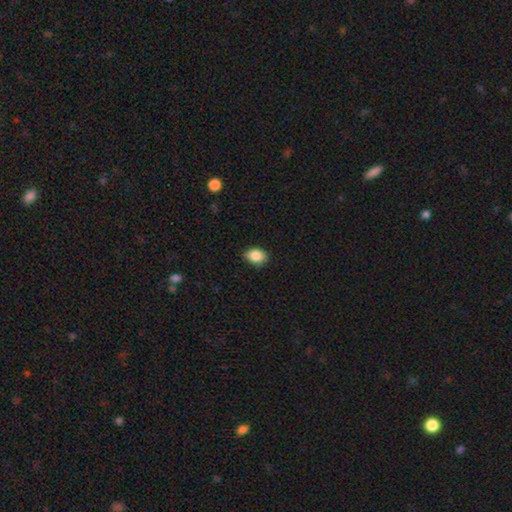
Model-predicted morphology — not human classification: type=smooth (87%); roundness=in between (65%); merging=none (82%).